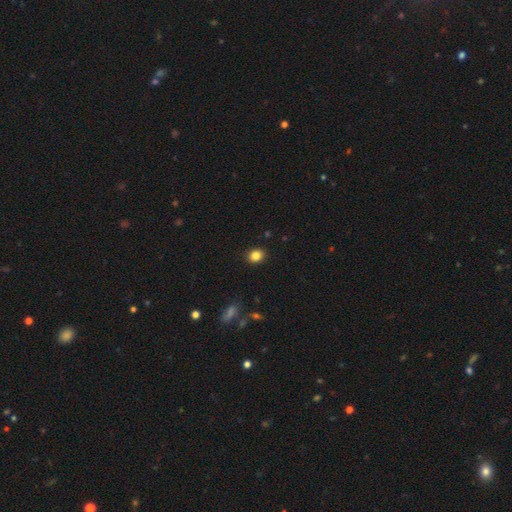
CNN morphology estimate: Smooth or featured? Predicted: smooth (p=0.84). How rounded? Predicted: round (p=0.59). Merging? Predicted: none (p=0.90).